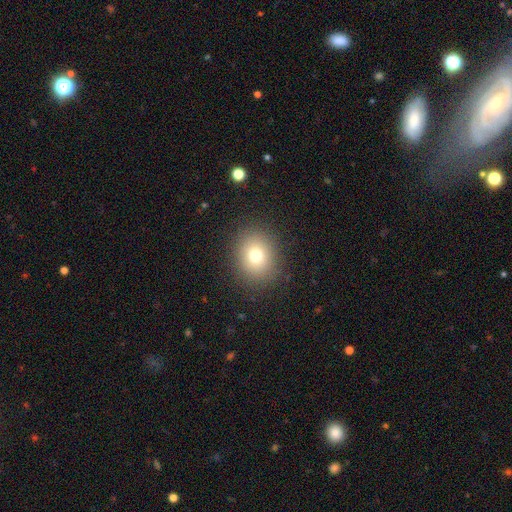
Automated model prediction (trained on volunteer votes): smooth-or-featured: smooth: 74% | star or artifact: 14% | featured or disk: 11%
  how-rounded: round: 65% | in between: 34% | cigar-shaped: 1%
  merging: none: 87% | minor disturbance: 8% | major disturbance: 4% | merger: 1%